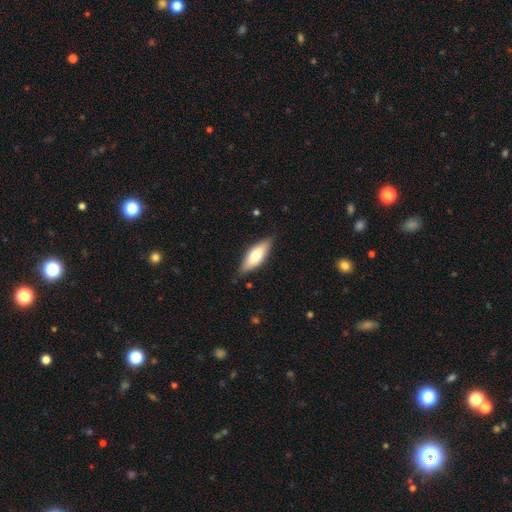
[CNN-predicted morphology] Smooth or featured: smooth — 66% (featured or disk — 28%)
How rounded: in between — 68% (cigar-shaped — 30%)
Merging: none — 81% (minor disturbance — 15%)